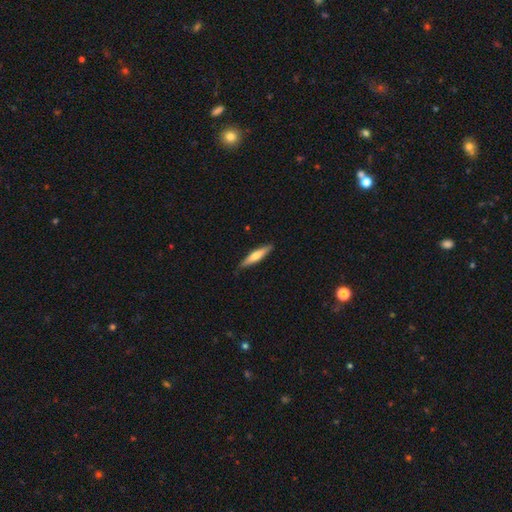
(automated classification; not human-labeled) Smooth or featured? smooth (52%)
How rounded? cigar-shaped (84%)
Merging? none (87%)